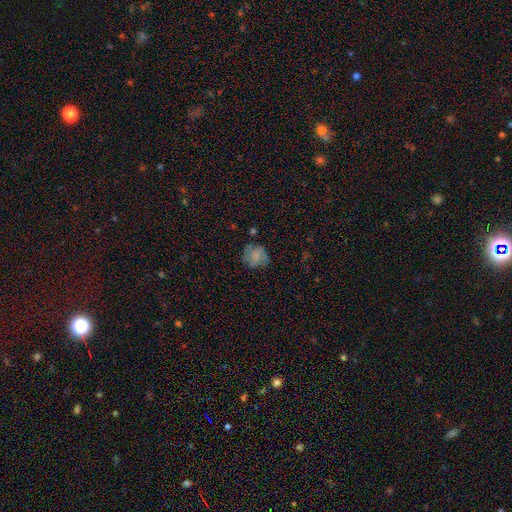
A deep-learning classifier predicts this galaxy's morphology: A smooth galaxy with no disk features (62%) that is round (79%).

Vote fractions:
- Smooth or featured? smooth: 62% / featured or disk: 28% / star or artifact: 10%
- How rounded? round: 79% / in between: 20% / cigar-shaped: 1%
- Merging? none: 66% / minor disturbance: 22% / major disturbance: 9% / merger: 3%